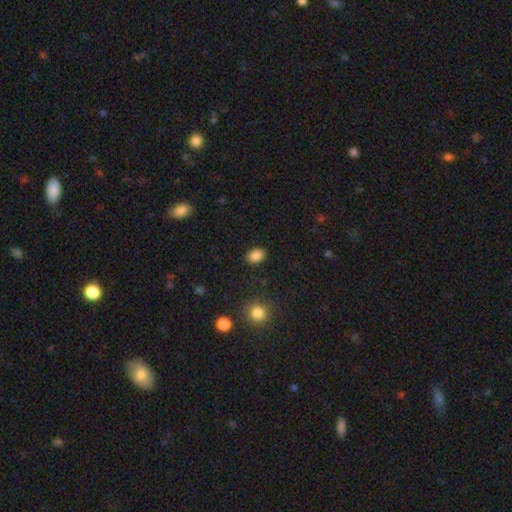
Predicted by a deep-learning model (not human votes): Q: Smooth or featured?
A: smooth (86%); runner-up: star or artifact (9%)
Q: How rounded?
A: in between (67%); runner-up: round (32%)
Q: Merging?
A: none (88%); runner-up: minor disturbance (9%)